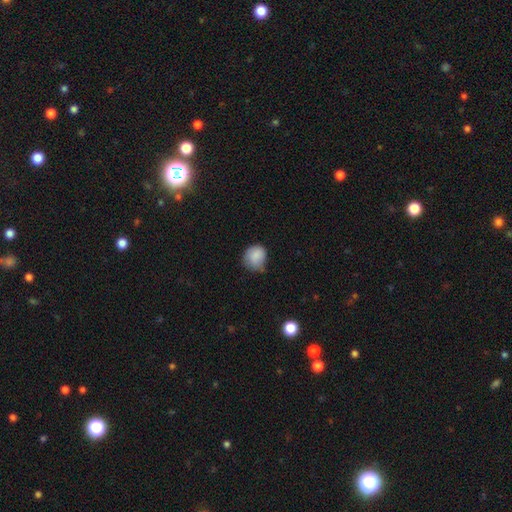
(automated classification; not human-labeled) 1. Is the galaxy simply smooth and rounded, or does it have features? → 86% smooth, 8% star or artifact, 6% featured or disk.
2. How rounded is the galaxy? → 78% round, 21% in between, 1% cigar-shaped.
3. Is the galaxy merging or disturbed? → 53% none, 37% minor disturbance, 8% major disturbance, 2% merger.